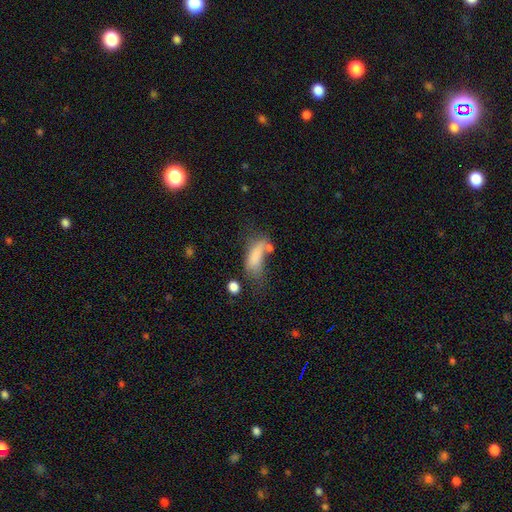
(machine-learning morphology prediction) Smooth or featured? smooth (72%)
How rounded? in between (73%)
Merging? major disturbance (33%)